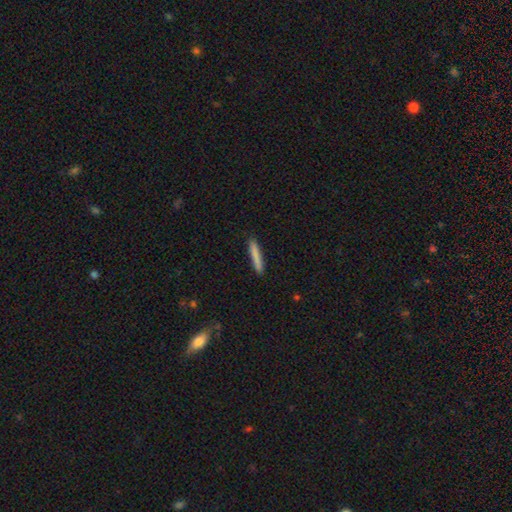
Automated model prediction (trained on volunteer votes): Smooth or featured: smooth — 82% (featured or disk — 11%)
How rounded: cigar-shaped — 94% (in between — 4%)
Merging: none — 90% (minor disturbance — 7%)